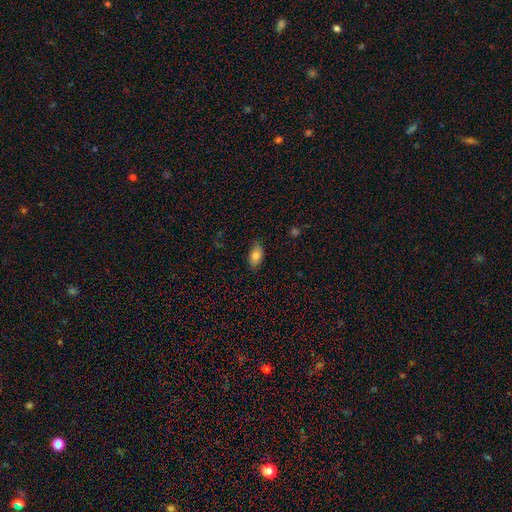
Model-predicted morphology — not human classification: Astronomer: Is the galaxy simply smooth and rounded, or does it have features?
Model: smooth — 82%.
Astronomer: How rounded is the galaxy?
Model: in between — 91%.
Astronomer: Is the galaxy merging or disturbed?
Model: none — 82%.